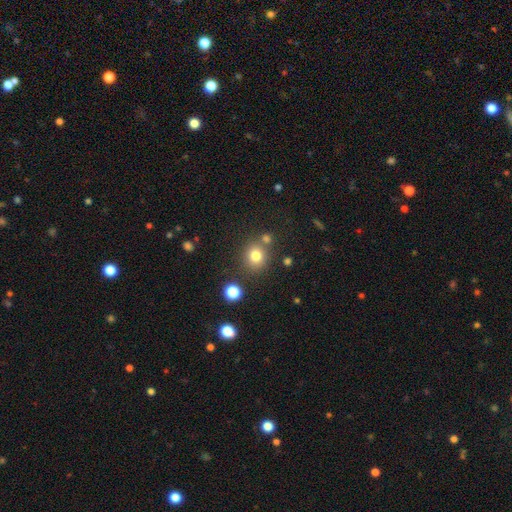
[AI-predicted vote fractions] A smooth galaxy with no disk features (78%) that is round (84%). Merging: none (75%).